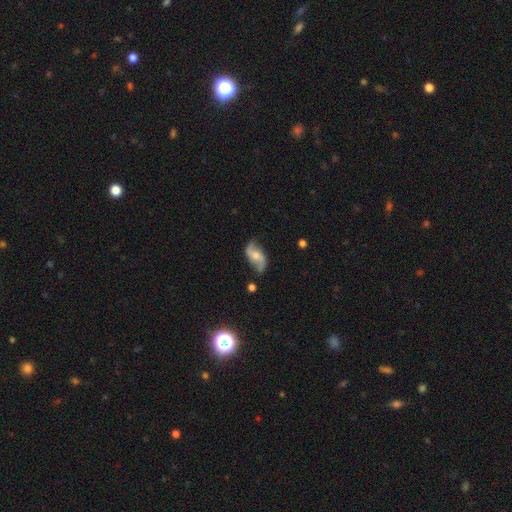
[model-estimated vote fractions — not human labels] smooth_or_featured: featured or disk (p=0.74) [alt: smooth p=0.19]
disk_edge_on: no (p=0.95) [alt: yes p=0.05]
bar: no (p=0.54) [alt: weak p=0.36]
has_spiral_arms: yes (p=0.93) [alt: no p=0.07]
spiral_winding: loose (p=0.73) [alt: medium p=0.20]
spiral_arm_count: 2 (p=0.92) [alt: can't tell p=0.04]
bulge_size: moderate (p=0.53) [alt: small p=0.34]
merging: none (p=0.73) [alt: minor disturbance p=0.18]